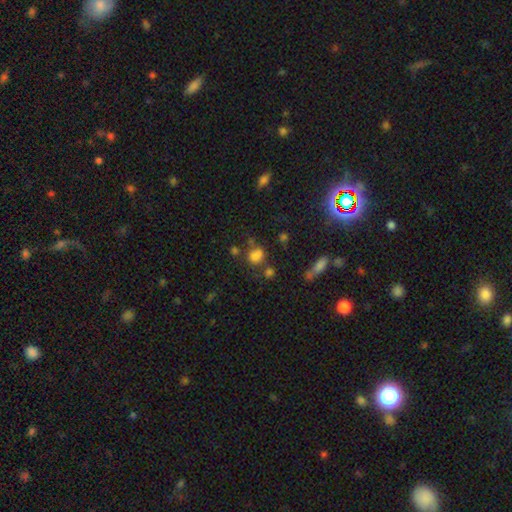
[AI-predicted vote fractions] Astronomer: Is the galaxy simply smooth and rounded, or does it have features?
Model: smooth — 73%.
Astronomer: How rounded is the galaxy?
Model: round — 65%.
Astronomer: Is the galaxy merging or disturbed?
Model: none — 54%.